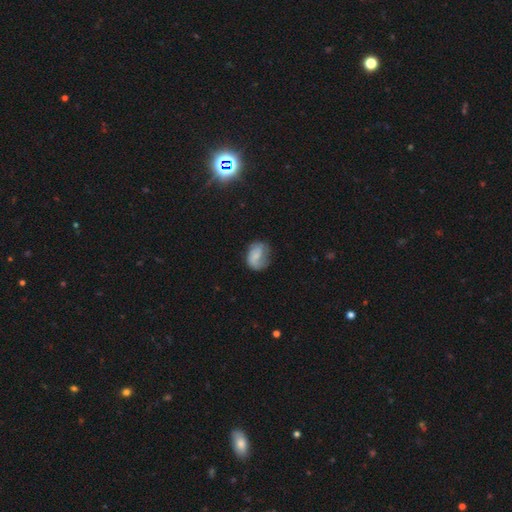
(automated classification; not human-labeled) This is possibly a smooth galaxy (54%). How rounded: possibly in between (57%). Merging: possibly none (50%).